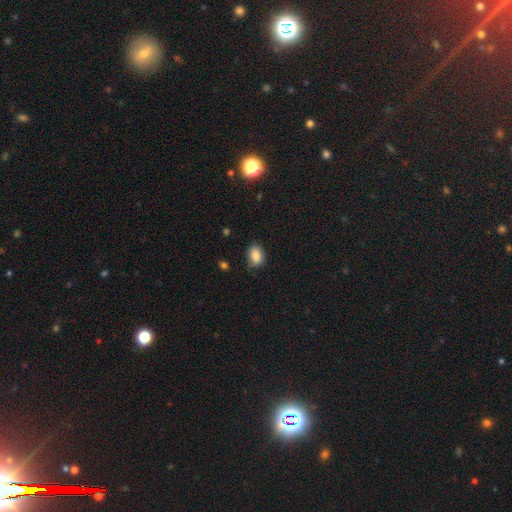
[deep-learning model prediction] Q: Smooth or featured?
A: smooth (85%); runner-up: star or artifact (8%)
Q: How rounded?
A: in between (81%); runner-up: round (17%)
Q: Merging?
A: none (78%); runner-up: minor disturbance (17%)